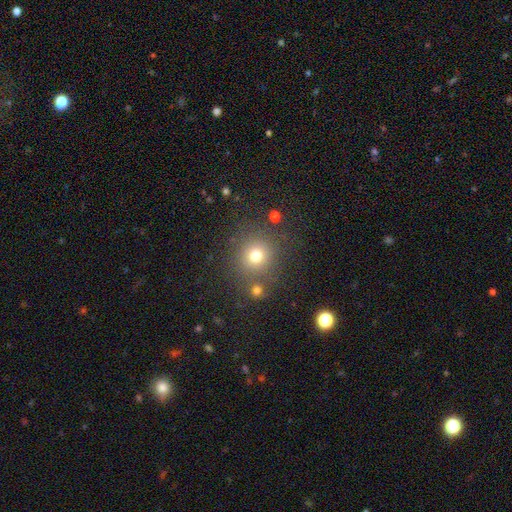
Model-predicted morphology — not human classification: A smooth galaxy with no disk features (74%) that is round (90%). Merging: none (79%).